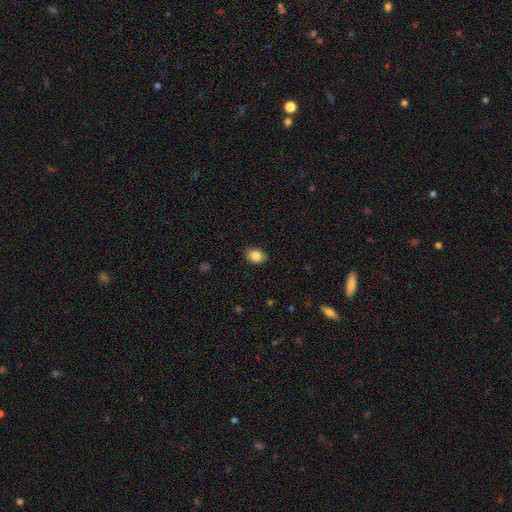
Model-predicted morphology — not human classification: smooth-or-featured: smooth: 84% | star or artifact: 9% | featured or disk: 7%
  how-rounded: in between: 68% | round: 31% | cigar-shaped: 1%
  merging: none: 82% | minor disturbance: 15% | major disturbance: 2% | merger: 1%